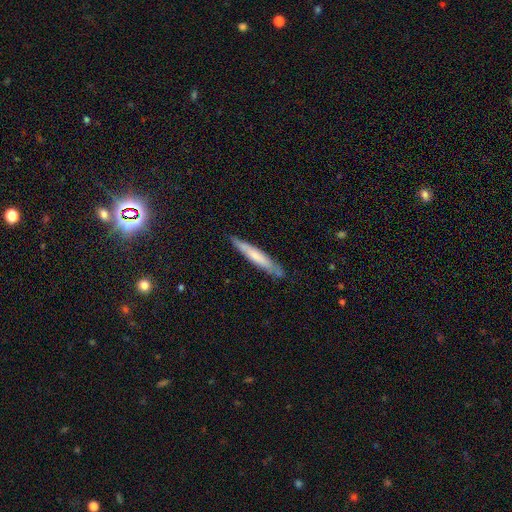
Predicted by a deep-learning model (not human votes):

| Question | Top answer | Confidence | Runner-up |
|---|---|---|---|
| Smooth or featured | smooth | 58% | featured or disk (37%) |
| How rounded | cigar-shaped | 94% | in between (5%) |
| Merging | none | 82% | minor disturbance (14%) |